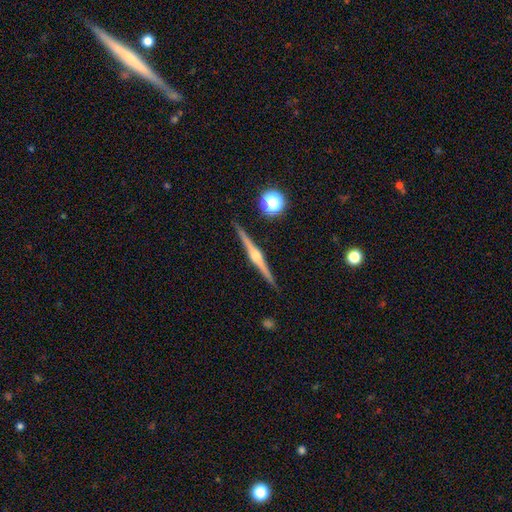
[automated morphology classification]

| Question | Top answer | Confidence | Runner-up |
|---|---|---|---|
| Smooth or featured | featured or disk | 85% | smooth (9%) |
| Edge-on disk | yes | 99% | no (1%) |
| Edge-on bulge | rounded | 89% | boxy (7%) |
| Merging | none | 92% | minor disturbance (5%) |